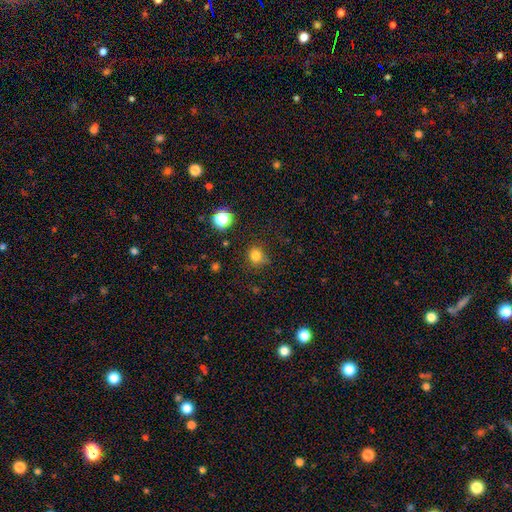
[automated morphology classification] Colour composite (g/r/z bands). It shows a smooth galaxy with no disk features (79%) that is round (81%). Merging: none (74%).